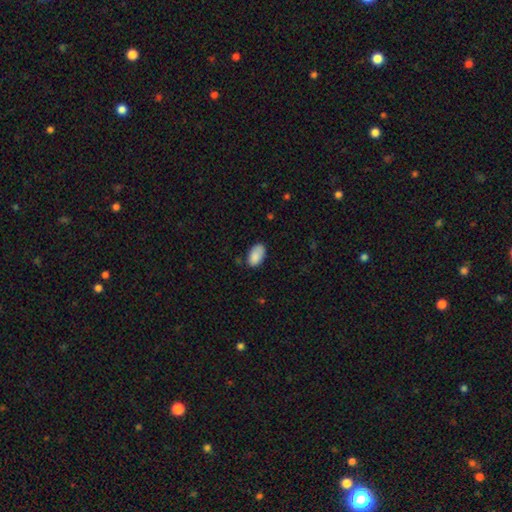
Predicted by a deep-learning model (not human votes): Smooth or featured? Predicted: smooth (p=0.88). How rounded? Predicted: in between (p=0.95). Merging? Predicted: none (p=0.72).